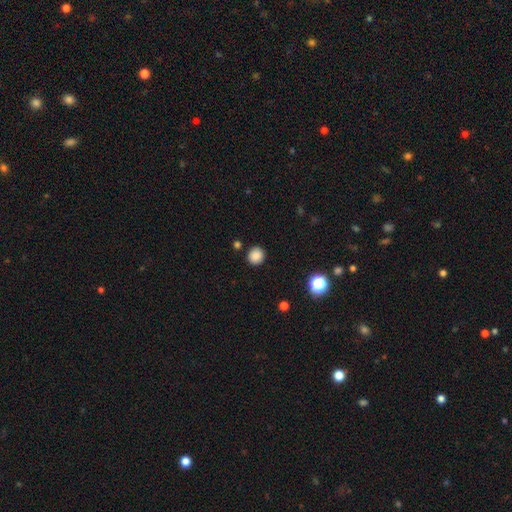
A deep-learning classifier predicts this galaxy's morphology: This is clearly a smooth galaxy (85%). How rounded: clearly round (92%). Merging: clearly none (90%).